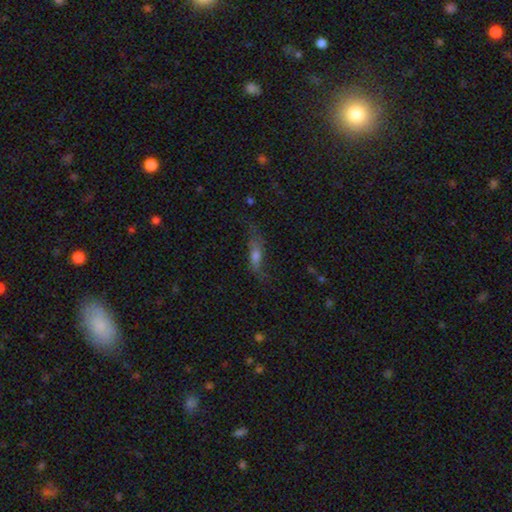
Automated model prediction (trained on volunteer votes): This appears to be a featured or disk galaxy (46%). Merging: none (53%).